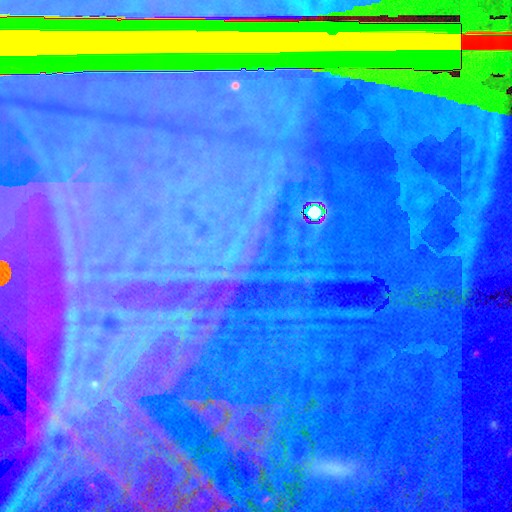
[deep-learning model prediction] Smooth or featured: star or artifact — 86% (featured or disk — 7%)